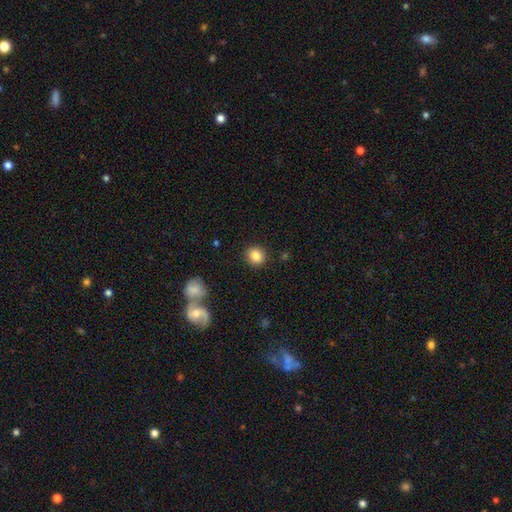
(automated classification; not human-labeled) A smooth galaxy with no disk features (85%) that is round (83%). Merging: none (90%).